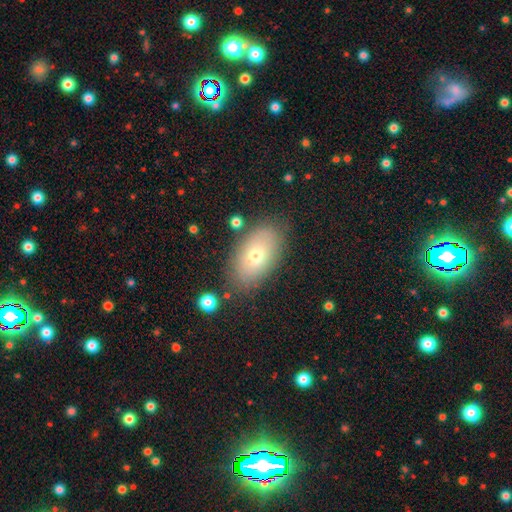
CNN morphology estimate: type=smooth (66%); roundness=in between (90%); merging=none (81%).